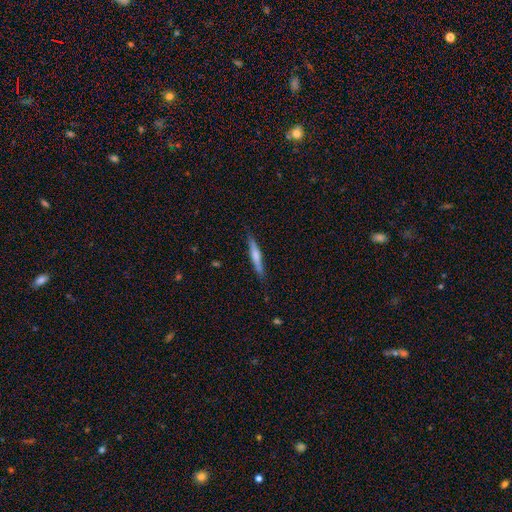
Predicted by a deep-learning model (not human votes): This appears to be a smooth galaxy with no disk features (57%) that is cigar-shaped (93%). Merging: none (86%).